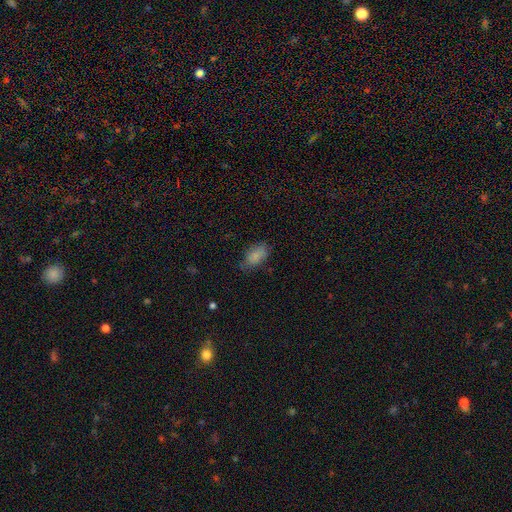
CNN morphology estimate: Overall: smooth (82%). How rounded: in between (91%). Merging: none (66%).